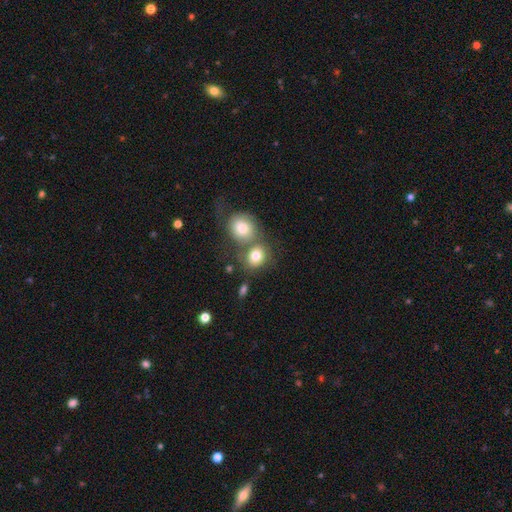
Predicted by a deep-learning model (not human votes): Overall: smooth (77%). How rounded: round (64%; in between 35%). Merging: merger (47%; none 38%).